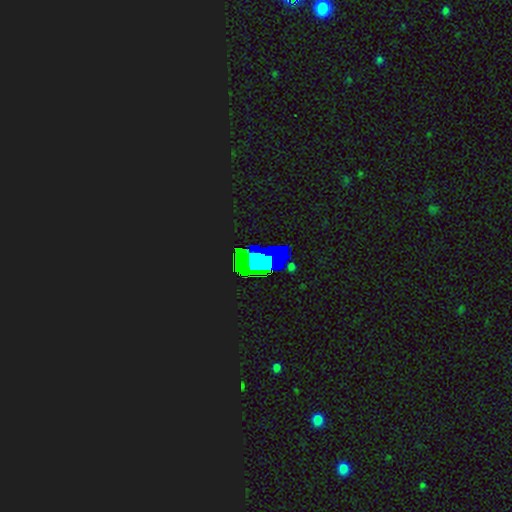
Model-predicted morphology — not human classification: This is possibly a star or artifact rather than a galaxy (58%).